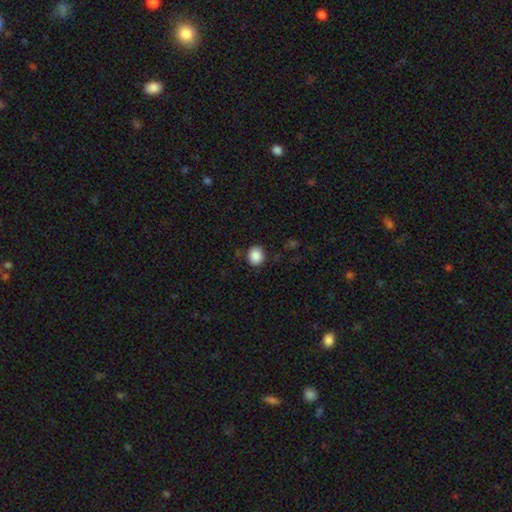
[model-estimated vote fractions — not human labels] This is clearly a smooth galaxy (89%). How rounded: likely round (71%). Merging: clearly none (86%).